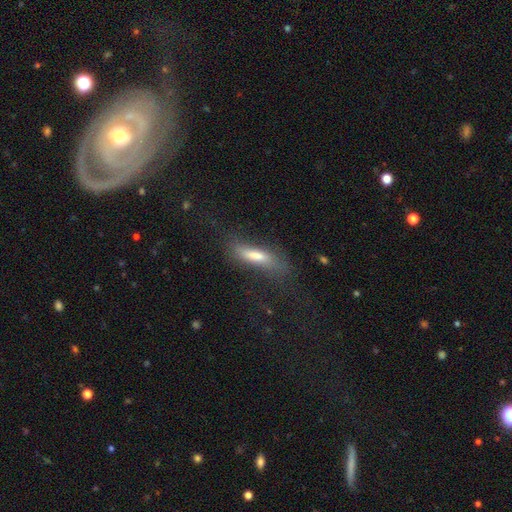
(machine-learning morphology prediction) smooth_or_featured: smooth (p=0.61) [alt: featured or disk p=0.28]
how_rounded: cigar-shaped (p=0.72) [alt: in between p=0.26]
merging: none (p=0.56) [alt: minor disturbance p=0.23]